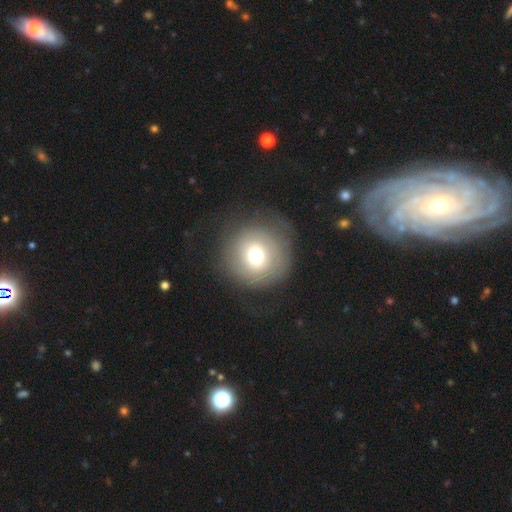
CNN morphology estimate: Smooth or featured?
  - smooth: 67% *
  - featured or disk: 21%
  - star or artifact: 12%
How rounded?
  - round: 94% *
  - in between: 5%
  - cigar-shaped: 1%
Merging?
  - none: 68% *
  - minor disturbance: 17%
  - major disturbance: 14%
  - merger: 2%